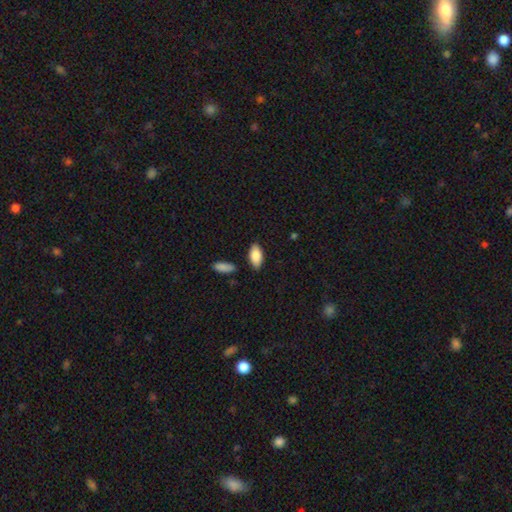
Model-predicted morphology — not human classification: Smooth or featured: smooth — 87% (featured or disk — 7%)
How rounded: in between — 92% (cigar-shaped — 5%)
Merging: none — 83% (minor disturbance — 11%)